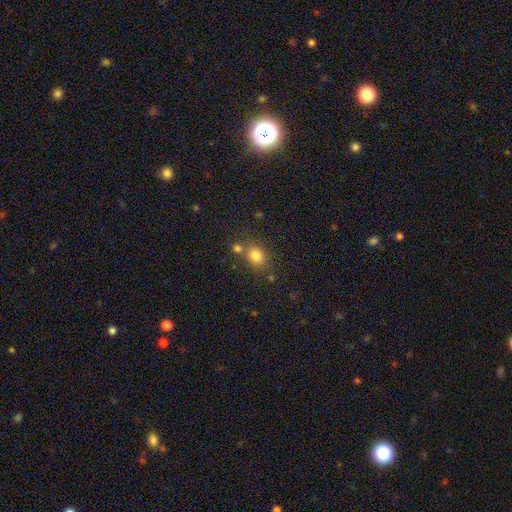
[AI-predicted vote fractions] The model was most divided on "how rounded": round: 60%, in between: 39%, cigar-shaped: 1%. More confident: smooth or featured — smooth (79%); merging — none (65%).